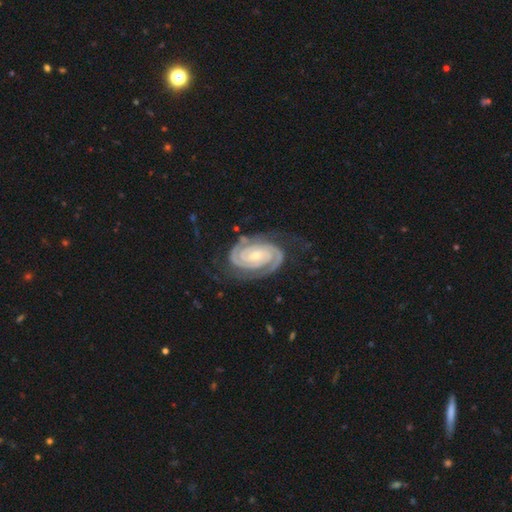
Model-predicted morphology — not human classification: The model was most divided on "bar": no: 52%, weak: 30%, strong: 18%. More confident: spiral arms — yes (99%); edge-on disk — no (98%); smooth or featured — featured or disk (93%); spiral arm count — 2 (88%); spiral winding — tight (81%); merging — none (78%); bulge size — small (62%).